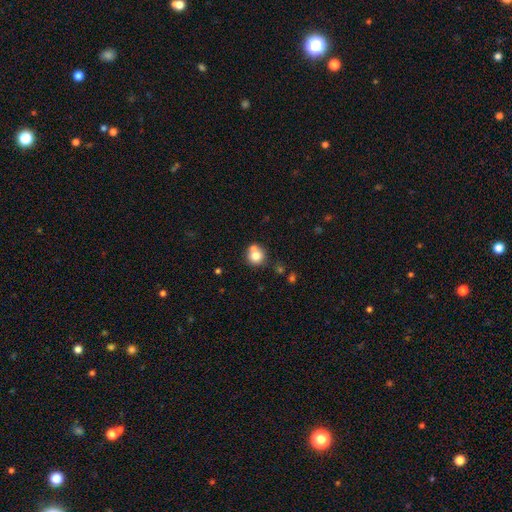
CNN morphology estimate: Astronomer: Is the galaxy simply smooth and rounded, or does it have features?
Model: smooth — 76%.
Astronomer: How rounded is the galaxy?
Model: round — 90%.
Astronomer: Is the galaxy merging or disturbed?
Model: none — 54% (runner-up: merger, 34%).